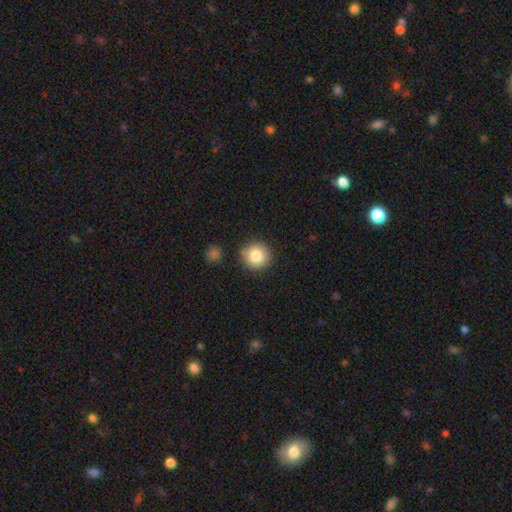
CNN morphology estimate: Smooth or featured?
  - smooth: 83% *
  - star or artifact: 9%
  - featured or disk: 8%
How rounded?
  - round: 93% *
  - in between: 6%
  - cigar-shaped: 1%
Merging?
  - none: 86% *
  - minor disturbance: 8%
  - merger: 4%
  - major disturbance: 2%